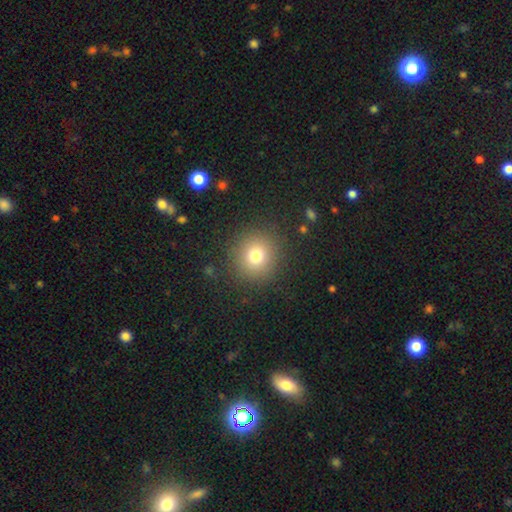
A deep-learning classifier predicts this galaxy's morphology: The model was most divided on "smooth or featured": smooth: 76%, star or artifact: 15%, featured or disk: 9%. More confident: how rounded — round (91%); merging — none (88%).